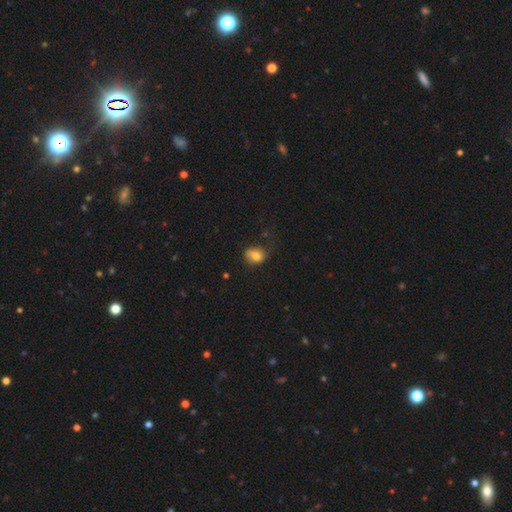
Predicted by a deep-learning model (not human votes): Smooth or featured? smooth (78%)
How rounded? in between (57%)
Merging? none (52%)